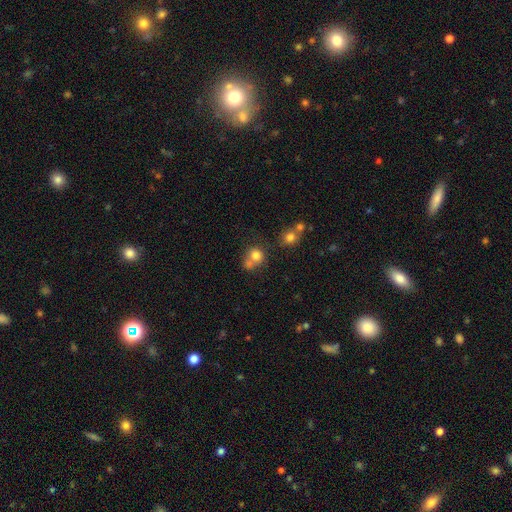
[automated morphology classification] smooth-or-featured: smooth: 76% | star or artifact: 13% | featured or disk: 11%
  how-rounded: round: 80% | in between: 19% | cigar-shaped: 1%
  merging: none: 43% | merger: 41% | minor disturbance: 11% | major disturbance: 6%